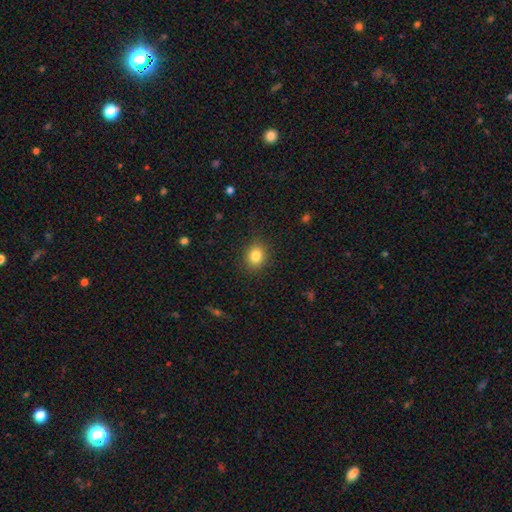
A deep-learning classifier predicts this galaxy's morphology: Q: Smooth or featured?
A: smooth (83%); runner-up: star or artifact (11%)
Q: How rounded?
A: round (68%); runner-up: in between (31%)
Q: Merging?
A: none (88%); runner-up: minor disturbance (9%)